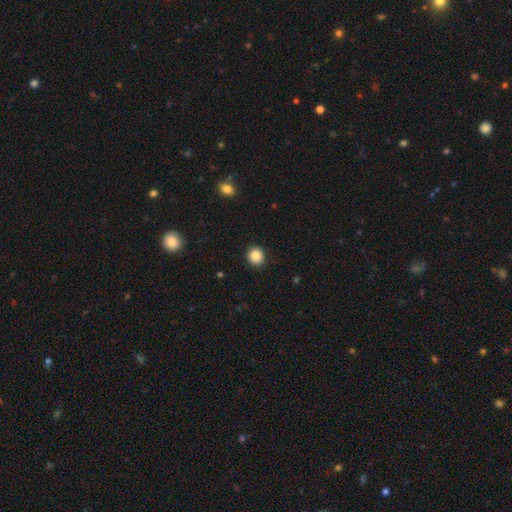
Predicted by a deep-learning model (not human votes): smooth_or_featured: smooth (p=0.87) [alt: star or artifact p=0.10]
how_rounded: round (p=0.85) [alt: in between p=0.14]
merging: none (p=0.91) [alt: minor disturbance p=0.06]